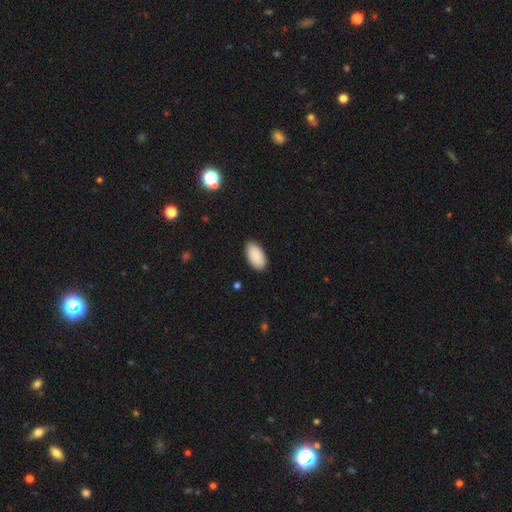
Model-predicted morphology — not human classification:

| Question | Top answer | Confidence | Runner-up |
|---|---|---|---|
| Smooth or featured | smooth | 90% | star or artifact (6%) |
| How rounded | in between | 96% | round (2%) |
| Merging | none | 87% | minor disturbance (10%) |